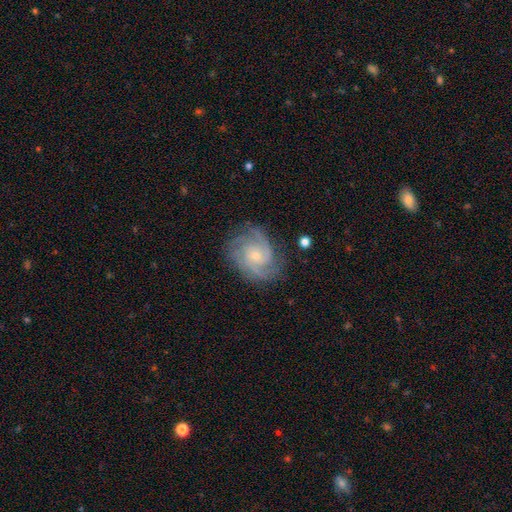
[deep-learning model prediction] featured or disk 86%, smooth 8%, star or artifact 6%. Down the decision tree: edge-on disk — no (98%); bar — no (71%); spiral arms — yes (97%); spiral arm count — 3 (37%); spiral winding — tight (55%); bulge size — small (71%); merging — none (77%).